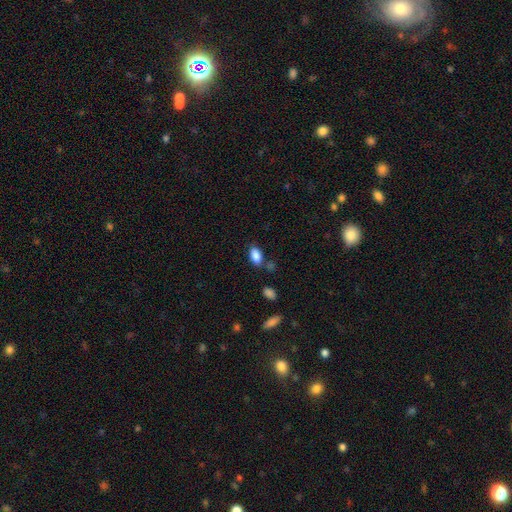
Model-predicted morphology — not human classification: Smooth or featured? Predicted: smooth (p=0.87). How rounded? Predicted: in between (p=0.92). Merging? Predicted: none (p=0.74).